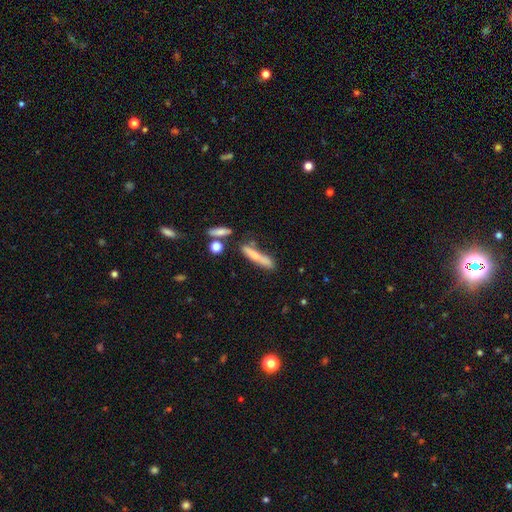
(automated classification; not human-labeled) This appears to be a smooth galaxy with no disk features (67%) that is cigar-shaped (83%). Merging: none (55%).